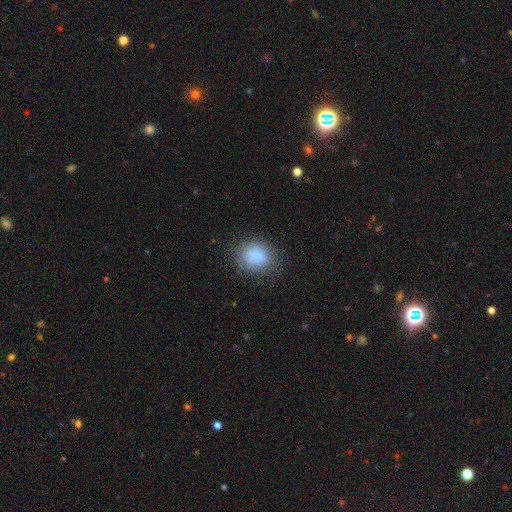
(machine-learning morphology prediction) Smooth or featured?
  - smooth: 84% *
  - star or artifact: 9%
  - featured or disk: 7%
How rounded?
  - round: 55% *
  - in between: 44%
  - cigar-shaped: 1%
Merging?
  - none: 76% *
  - minor disturbance: 17%
  - major disturbance: 6%
  - merger: 1%